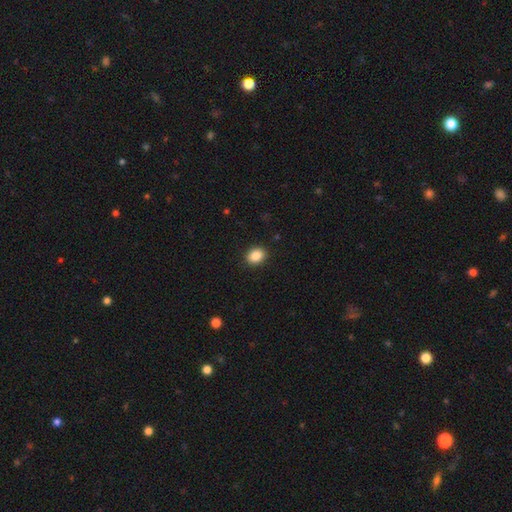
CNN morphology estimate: Overall: smooth (88%). How rounded: in between (55%; round 44%). Merging: none (90%).